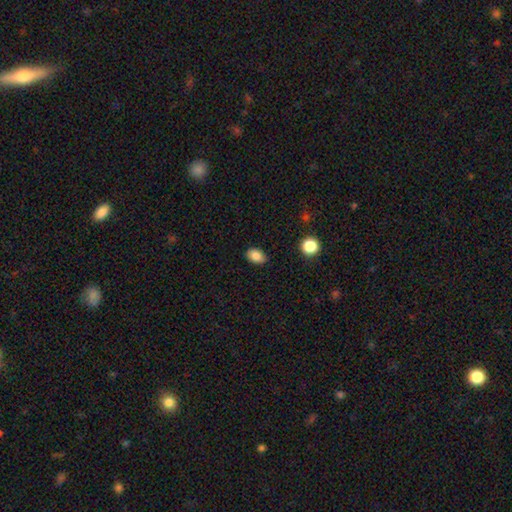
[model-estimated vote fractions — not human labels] smooth-or-featured: smooth: 86% | star or artifact: 9% | featured or disk: 4%
  how-rounded: in between: 81% | round: 18% | cigar-shaped: 1%
  merging: none: 84% | minor disturbance: 12% | major disturbance: 2% | merger: 1%